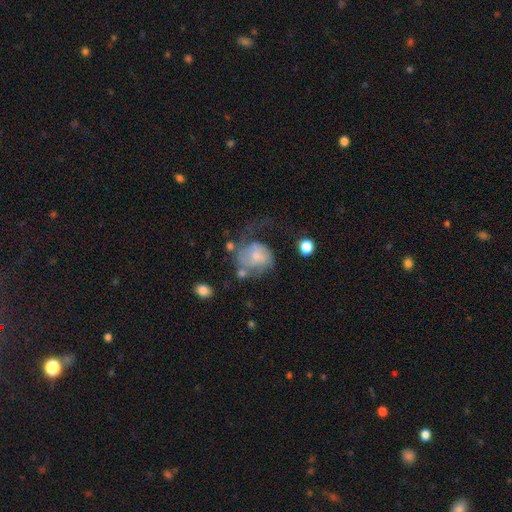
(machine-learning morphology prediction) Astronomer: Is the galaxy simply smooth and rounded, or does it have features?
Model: featured or disk — 46% (runner-up: smooth, 45%).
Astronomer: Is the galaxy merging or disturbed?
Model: major disturbance — 47% (runner-up: none, 25%).